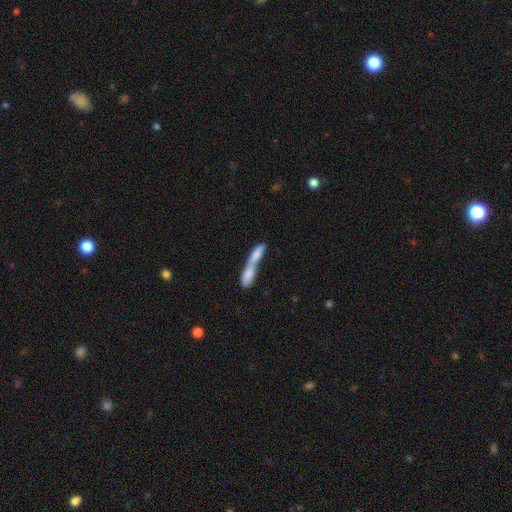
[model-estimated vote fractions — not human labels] smooth_or_featured: smooth (p=0.71) [alt: featured or disk p=0.22]
how_rounded: cigar-shaped (p=0.63) [alt: in between p=0.33]
merging: merger (p=0.80) [alt: none p=0.11]